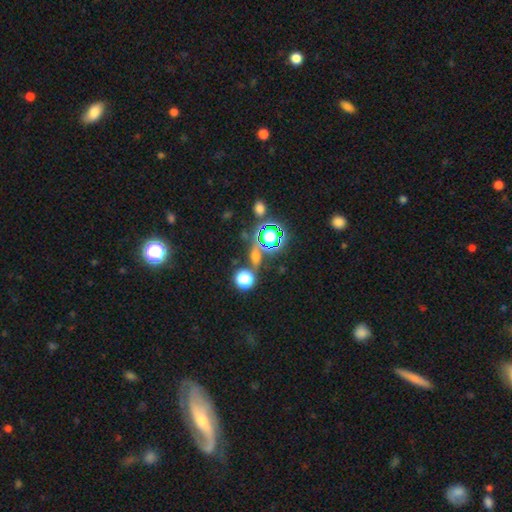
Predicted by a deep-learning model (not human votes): A star or artifact, not a galaxy (50%).